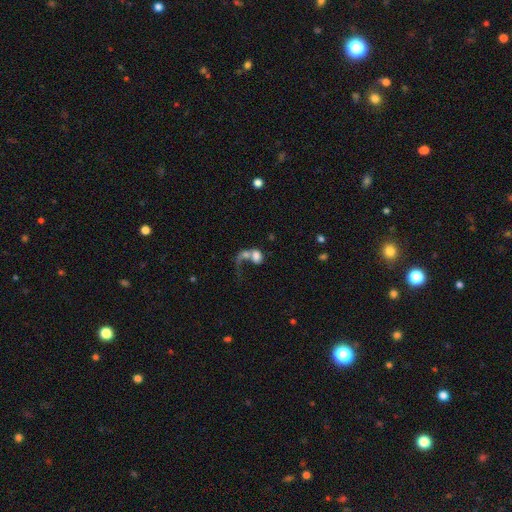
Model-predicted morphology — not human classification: Smooth or featured? smooth (52%)
How rounded? in between (57%)
Merging? merger (59%)